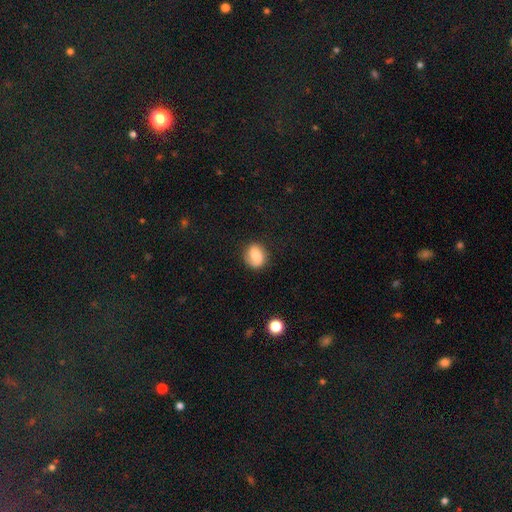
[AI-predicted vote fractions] Smooth or featured? smooth (57%)
How rounded? round (62%)
Merging? none (74%)